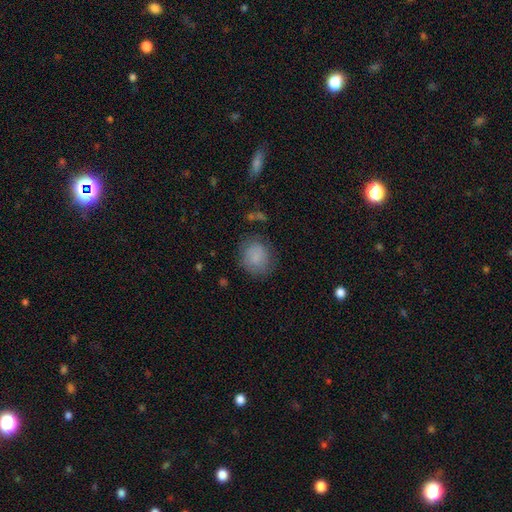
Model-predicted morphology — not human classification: A smooth galaxy with no disk features (80%) that is round (73%). Merging: none (73%).